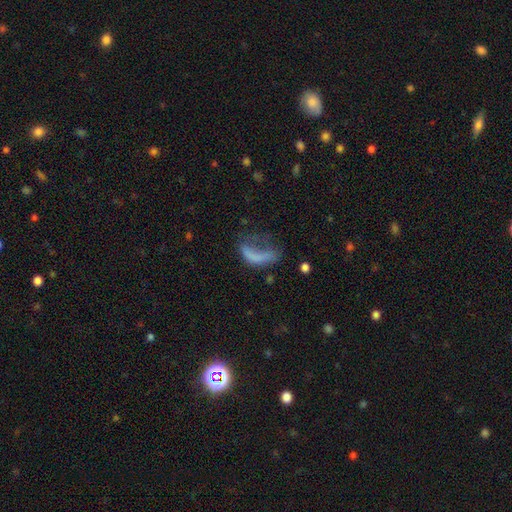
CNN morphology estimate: smooth-or-featured: smooth: 54% | featured or disk: 33% | star or artifact: 13%
  how-rounded: in between: 71% | cigar-shaped: 21% | round: 8%
  merging: major disturbance: 56% | none: 22% | minor disturbance: 16% | merger: 6%